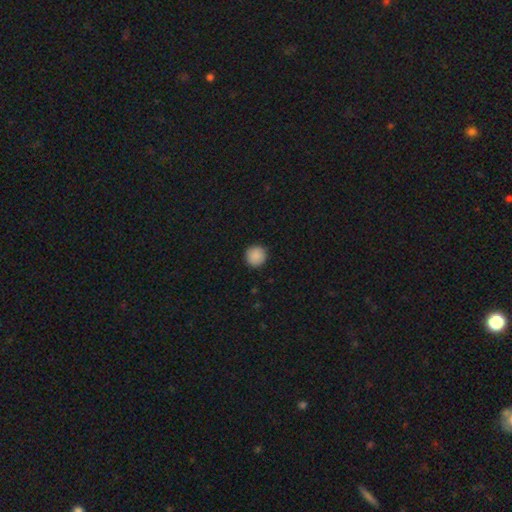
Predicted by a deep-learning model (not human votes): Smooth or featured?
  - smooth: 89% *
  - star or artifact: 8%
  - featured or disk: 3%
How rounded?
  - round: 95% *
  - in between: 4%
  - cigar-shaped: 1%
Merging?
  - none: 93% *
  - minor disturbance: 5%
  - major disturbance: 2%
  - merger: 1%